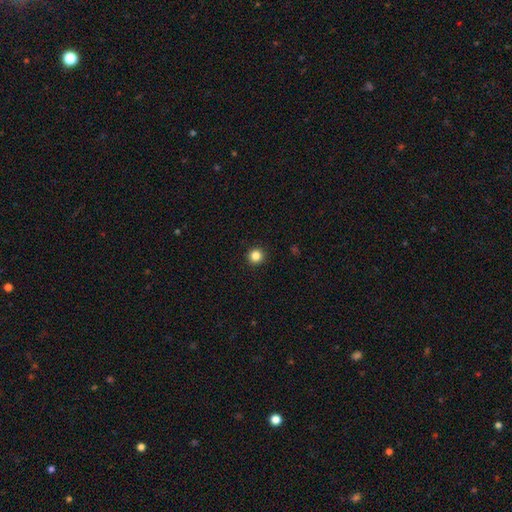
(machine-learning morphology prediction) A smooth galaxy with no disk features (84%) that is round (96%).

Vote fractions:
- Smooth or featured? smooth: 84% / star or artifact: 12% / featured or disk: 4%
- How rounded? round: 96% / in between: 3% / cigar-shaped: 1%
- Merging? none: 93% / minor disturbance: 4% / major disturbance: 2% / merger: 1%